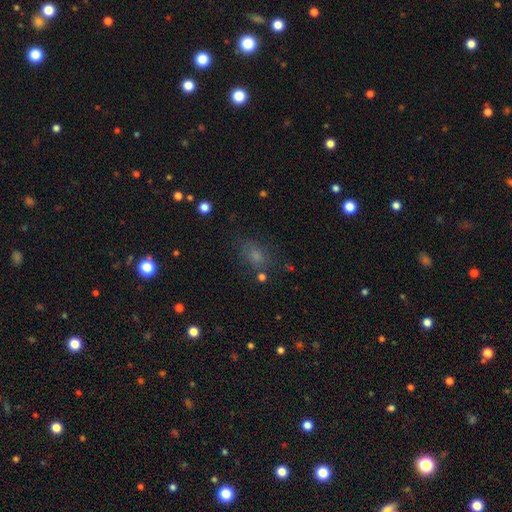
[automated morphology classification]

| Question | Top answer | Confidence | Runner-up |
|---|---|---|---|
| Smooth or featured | smooth | 65% | star or artifact (23%) |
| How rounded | in between | 63% | round (34%) |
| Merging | none | 69% | minor disturbance (18%) |